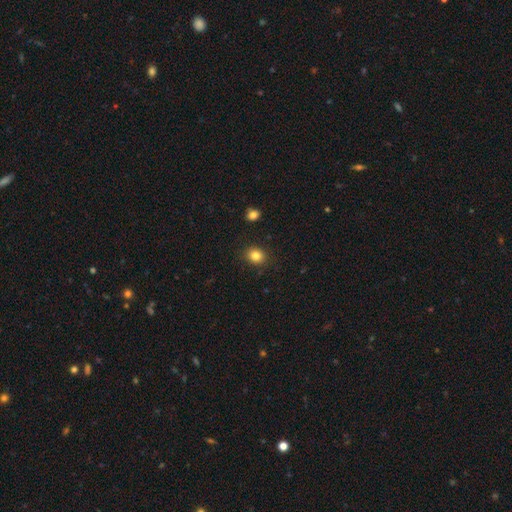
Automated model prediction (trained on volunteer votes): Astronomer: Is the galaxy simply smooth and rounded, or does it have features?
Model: smooth — 83%.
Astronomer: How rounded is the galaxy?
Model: round — 67%.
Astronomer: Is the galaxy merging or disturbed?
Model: none — 88%.